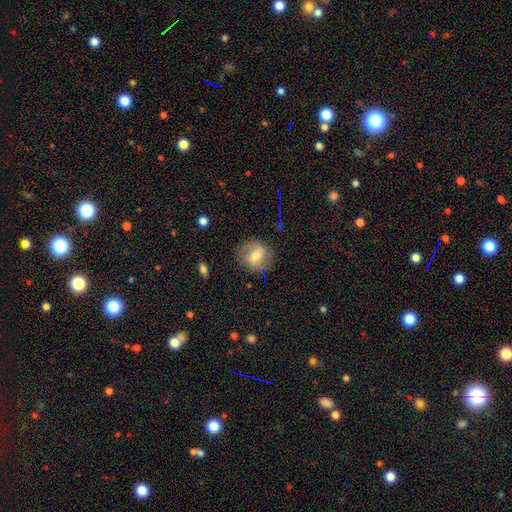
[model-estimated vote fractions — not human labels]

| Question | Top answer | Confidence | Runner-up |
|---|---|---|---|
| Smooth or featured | smooth | 52% | featured or disk (39%) |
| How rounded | round | 74% | in between (25%) |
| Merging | none | 74% | minor disturbance (18%) |